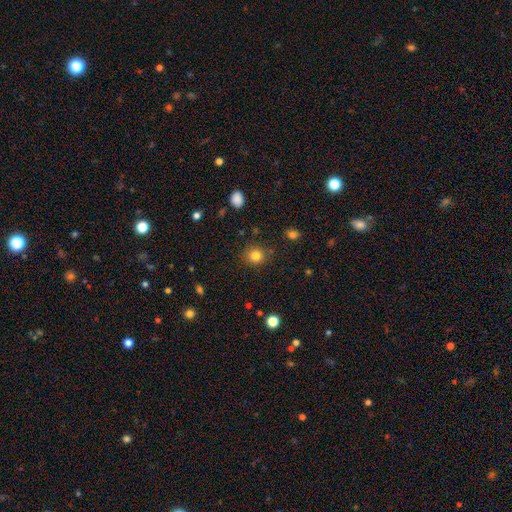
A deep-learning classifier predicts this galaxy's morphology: This appears to be a smooth galaxy with no disk features (82%) that is round (86%). Merging: none (86%).